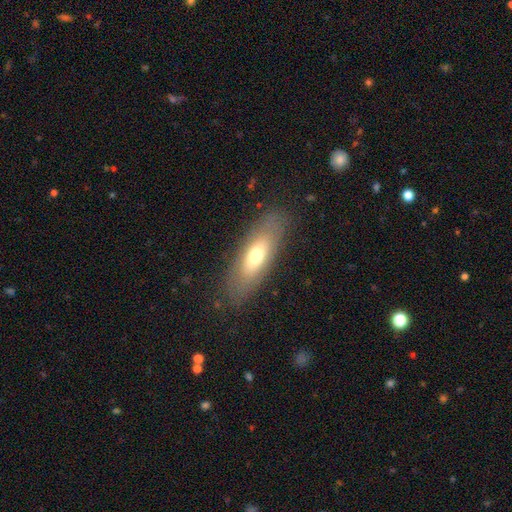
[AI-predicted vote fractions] A smooth galaxy with no disk features (61%) that is in between round and cigar-shaped (65%).

Vote fractions:
- Smooth or featured? smooth: 61% / featured or disk: 31% / star or artifact: 7%
- How rounded? in between: 65% / cigar-shaped: 32% / round: 3%
- Merging? none: 84% / minor disturbance: 11% / major disturbance: 4% / merger: 1%